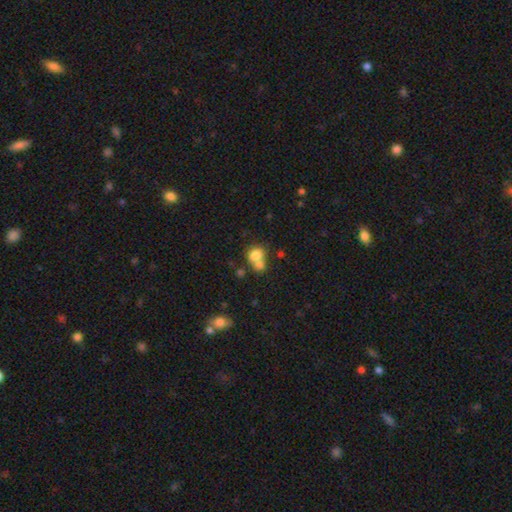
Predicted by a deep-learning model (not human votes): Smooth or featured?
  - smooth: 76% *
  - featured or disk: 13%
  - star or artifact: 11%
How rounded?
  - round: 59% *
  - in between: 40%
  - cigar-shaped: 1%
Merging?
  - merger: 55% *
  - none: 33%
  - minor disturbance: 8%
  - major disturbance: 4%